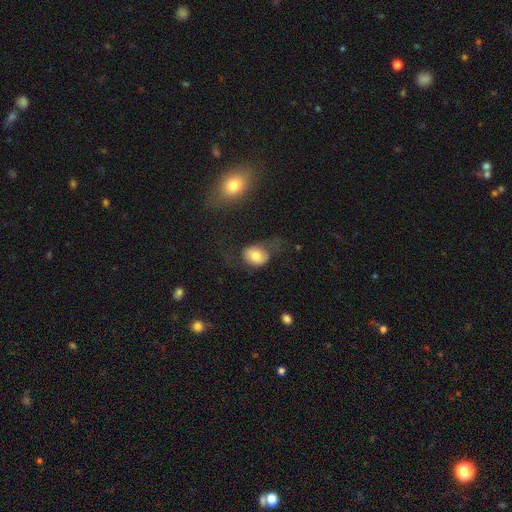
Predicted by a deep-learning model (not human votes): A smooth galaxy with no disk features (67%) that is in between round and cigar-shaped (61%). Merging: major disturbance (37%).